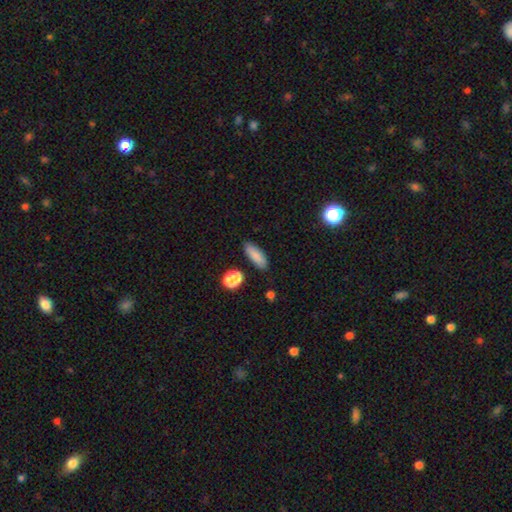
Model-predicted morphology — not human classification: Q: Smooth or featured?
A: smooth (83%); runner-up: star or artifact (9%)
Q: How rounded?
A: in between (69%); runner-up: cigar-shaped (28%)
Q: Merging?
A: none (84%); runner-up: minor disturbance (10%)